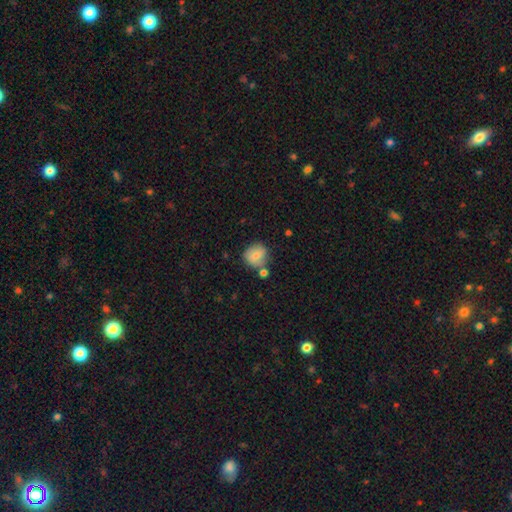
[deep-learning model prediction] Smooth or featured? smooth (76%)
How rounded? round (79%)
Merging? none (61%)